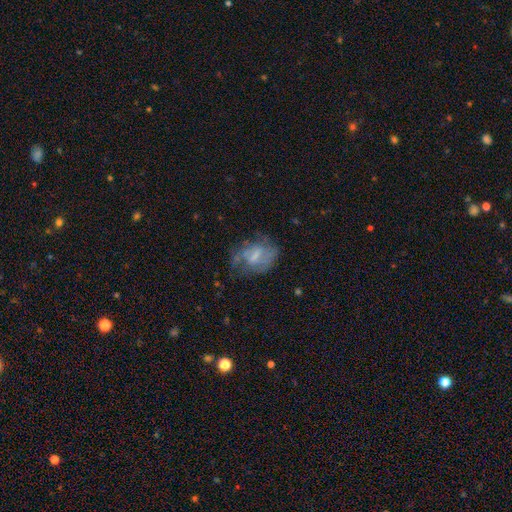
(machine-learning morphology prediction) smooth-or-featured: featured or disk: 59% | smooth: 31% | star or artifact: 10%
  disk-edge-on: no: 97% | yes: 3%
    bar: weak: 48% | no: 36% | strong: 16%
    has-spiral-arms: yes: 56% | no: 44%
    bulge-size: small: 35% | none: 31% | moderate: 28% | large: 5% | dominant: 1%
  merging: none: 44% | major disturbance: 27% | minor disturbance: 26% | merger: 3%